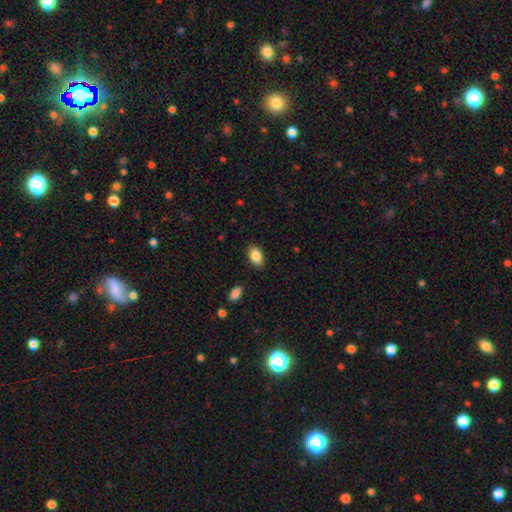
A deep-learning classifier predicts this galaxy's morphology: Smooth or featured? smooth (87%)
How rounded? in between (92%)
Merging? none (86%)